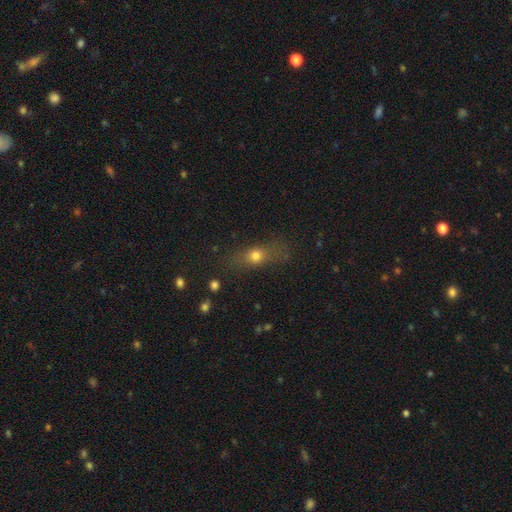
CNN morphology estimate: A smooth galaxy with no disk features (66%) that is in between round and cigar-shaped (47%). Merging: none (69%).